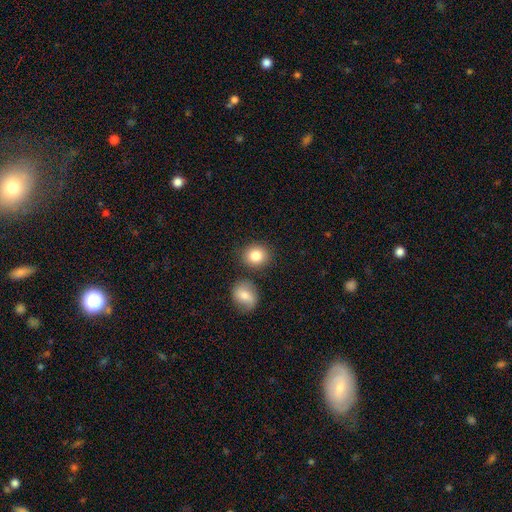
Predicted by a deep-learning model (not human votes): A smooth galaxy with no disk features (84%) that is round (75%).

Vote fractions:
- Smooth or featured? smooth: 84% / star or artifact: 8% / featured or disk: 7%
- How rounded? round: 75% / in between: 24% / cigar-shaped: 1%
- Merging? none: 77% / merger: 11% / minor disturbance: 9% / major disturbance: 3%